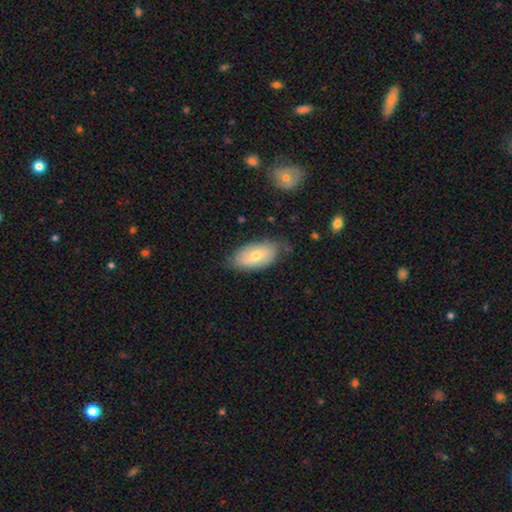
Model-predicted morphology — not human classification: Smooth or featured: smooth — 60% (featured or disk — 33%)
How rounded: in between — 93% (round — 4%)
Merging: none — 69% (minor disturbance — 24%)